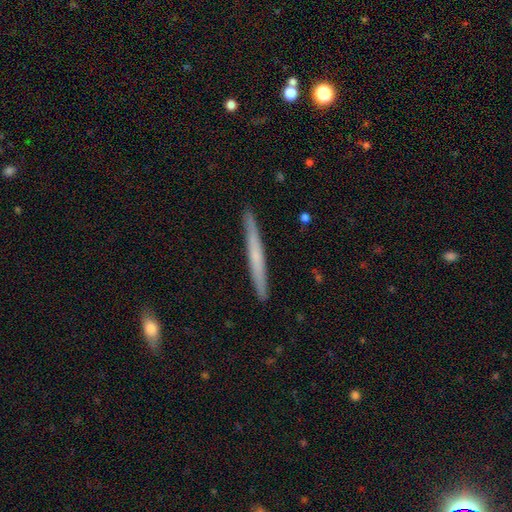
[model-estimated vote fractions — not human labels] A smooth galaxy with no disk features (48%). Merging: none (91%).